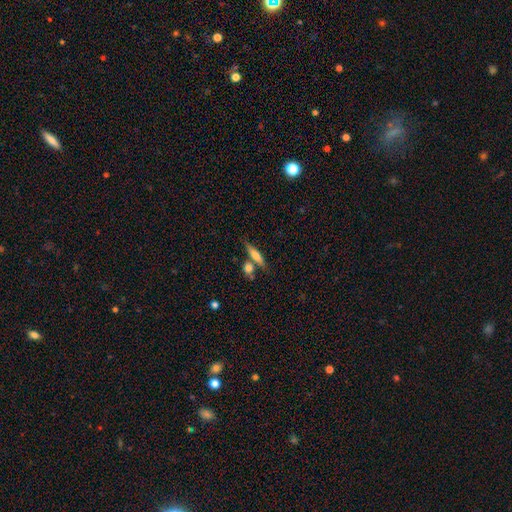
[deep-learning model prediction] A smooth galaxy with no disk features (62%) that is cigar-shaped (76%).

Vote fractions:
- Smooth or featured? smooth: 62% / featured or disk: 31% / star or artifact: 7%
- How rounded? cigar-shaped: 76% / in between: 19% / round: 5%
- Merging? none: 65% / merger: 20% / minor disturbance: 11% / major disturbance: 4%